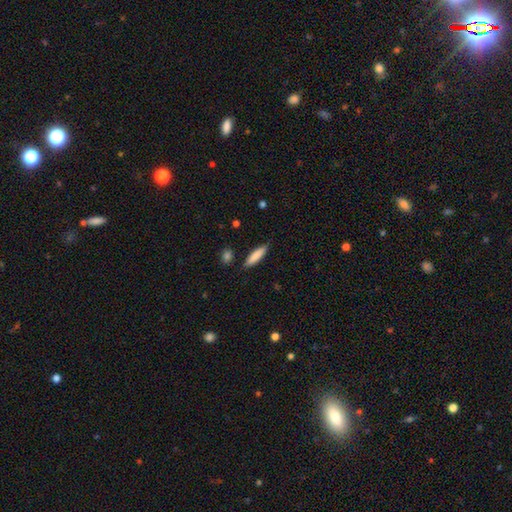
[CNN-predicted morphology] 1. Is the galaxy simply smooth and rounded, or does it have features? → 84% smooth, 10% featured or disk, 6% star or artifact.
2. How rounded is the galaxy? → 74% cigar-shaped, 24% in between, 1% round.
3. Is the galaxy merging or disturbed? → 86% none, 10% minor disturbance, 2% major disturbance, 2% merger.